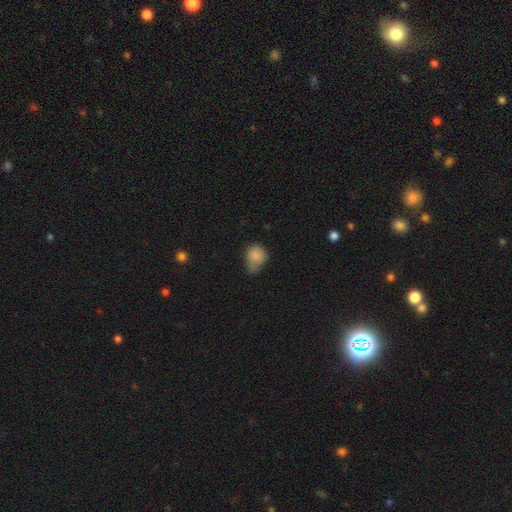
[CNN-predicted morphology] The model was most divided on "how rounded": round: 55%, in between: 44%, cigar-shaped: 1%. Remaining: smooth or featured — smooth (83%); merging — minor disturbance (46%).